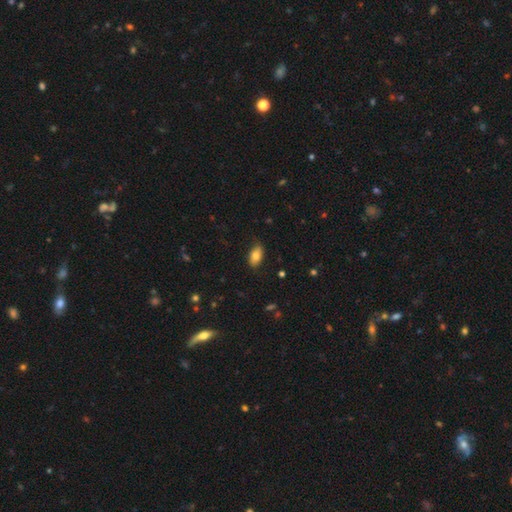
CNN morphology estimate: This is clearly a smooth galaxy (81%). How rounded: clearly in between (91%). Merging: clearly none (83%).